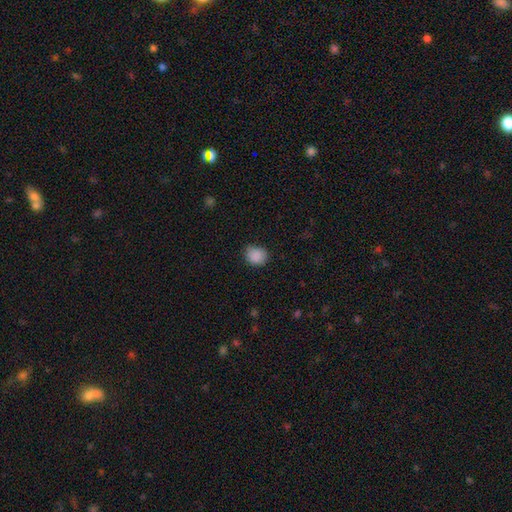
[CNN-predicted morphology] Q: Smooth or featured?
A: smooth (87%); runner-up: star or artifact (9%)
Q: How rounded?
A: round (68%); runner-up: in between (31%)
Q: Merging?
A: none (72%); runner-up: minor disturbance (23%)